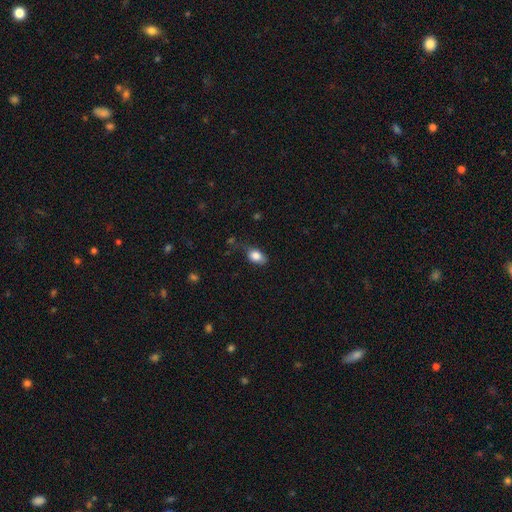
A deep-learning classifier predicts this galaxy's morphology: This is clearly a smooth galaxy (84%). How rounded: clearly in between (84%). Merging: likely none (60%).